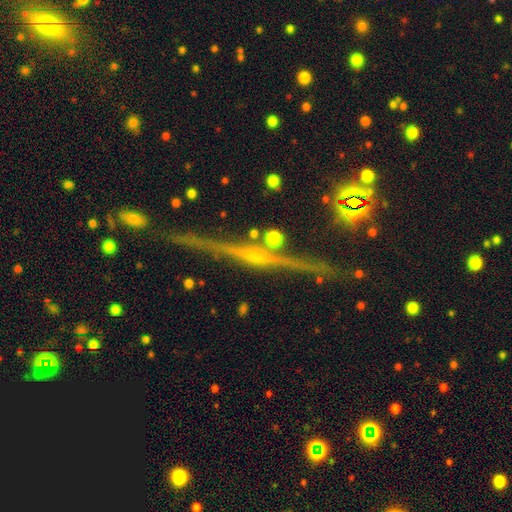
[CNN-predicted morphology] This appears to be a featured or disk galaxy (82%) viewed edge-on (97%) with a rounded central bulge (66%). Merging: none (86%).